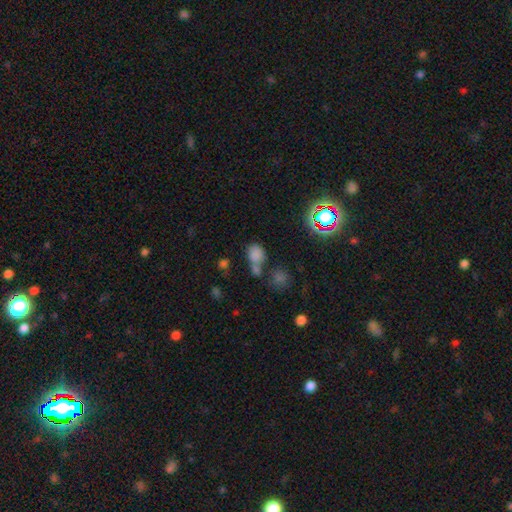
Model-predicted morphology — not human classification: This appears to be a smooth galaxy with no disk features (74%) that is in between round and cigar-shaped (49%, tied with round). Merging: merger (41%, tied with none).